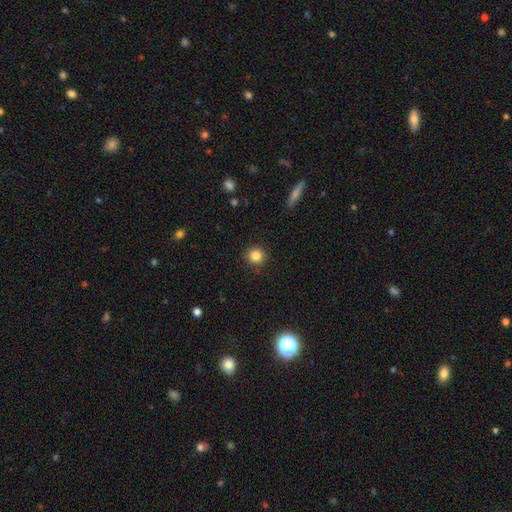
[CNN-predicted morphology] smooth_or_featured: smooth (p=0.85) [alt: star or artifact p=0.10]
how_rounded: round (p=0.93) [alt: in between p=0.06]
merging: none (p=0.90) [alt: minor disturbance p=0.07]